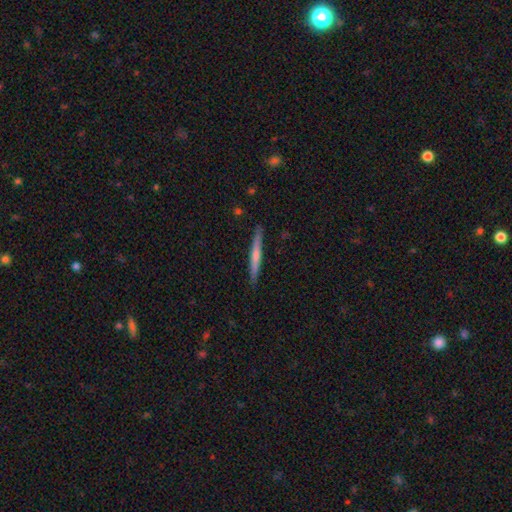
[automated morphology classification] A smooth galaxy with no disk features (50%) that is cigar-shaped (96%).

Vote fractions:
- Smooth or featured? smooth: 50% / featured or disk: 45% / star or artifact: 5%
- How rounded? cigar-shaped: 96% / in between: 2% / round: 1%
- Merging? none: 89% / minor disturbance: 8% / major disturbance: 1% / merger: 1%